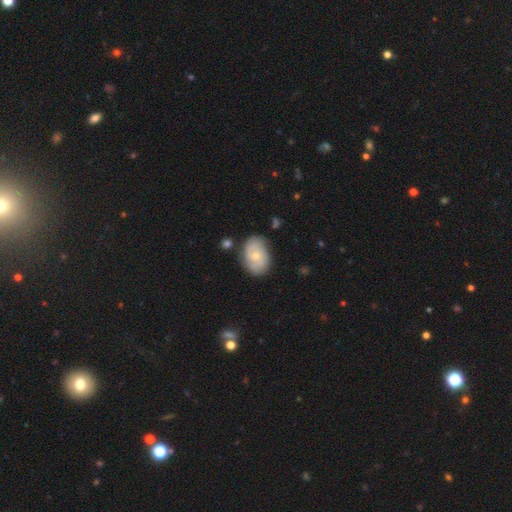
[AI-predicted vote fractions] A smooth galaxy with no disk features (47%, tied with featured or disk). Merging: none (75%).